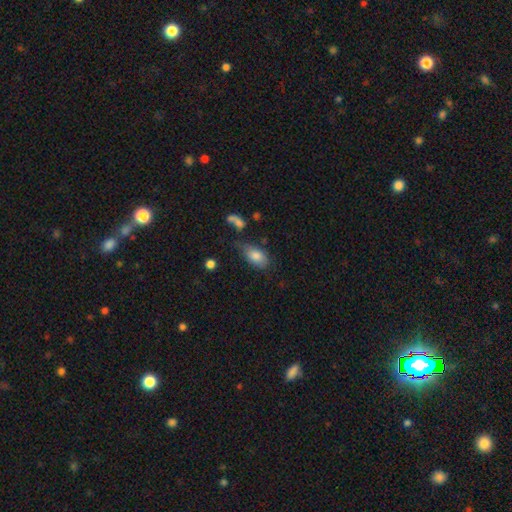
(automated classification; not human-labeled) Q: Smooth or featured?
A: smooth (82%); runner-up: featured or disk (10%)
Q: How rounded?
A: in between (91%); runner-up: round (6%)
Q: Merging?
A: none (51%); runner-up: minor disturbance (29%)